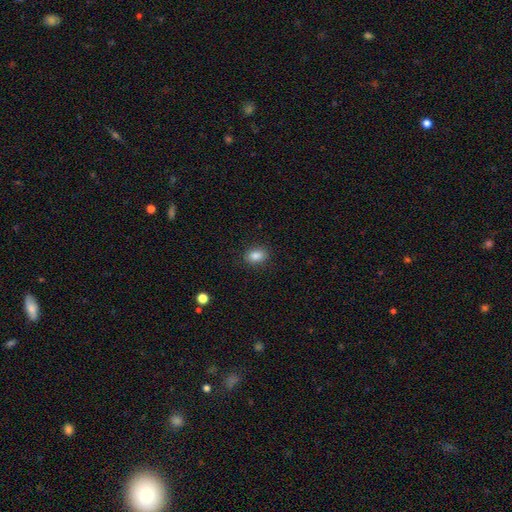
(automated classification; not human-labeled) The model was most divided on "how rounded": in between: 72%, round: 26%, cigar-shaped: 1%. More confident: merging — none (88%); smooth or featured — smooth (86%).